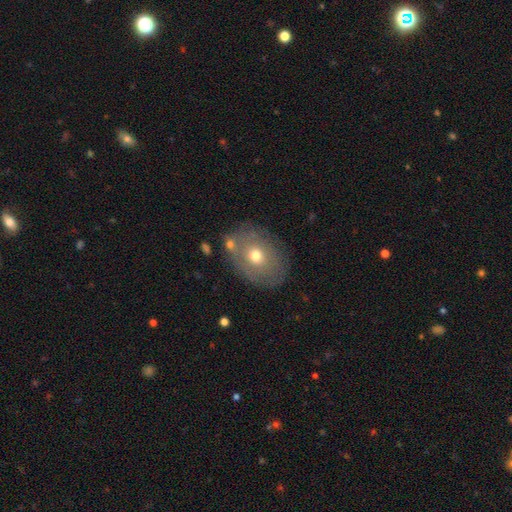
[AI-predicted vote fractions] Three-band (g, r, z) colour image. It shows a smooth galaxy with no disk features (61%) that is in between round and cigar-shaped (71%). Merging: none (75%).